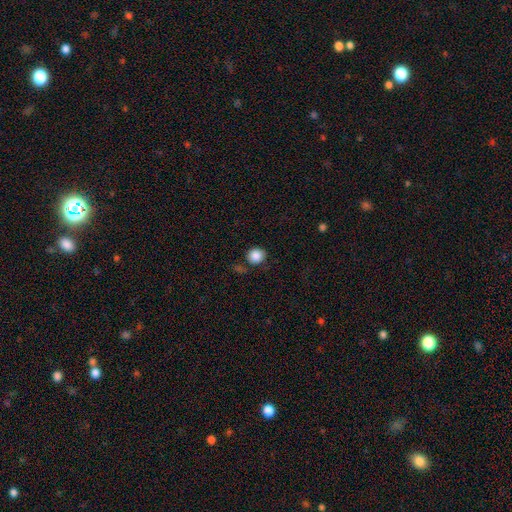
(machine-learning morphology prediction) Smooth or featured: smooth — 86% (star or artifact — 9%)
How rounded: round — 85% (in between — 14%)
Merging: none — 79% (minor disturbance — 12%)